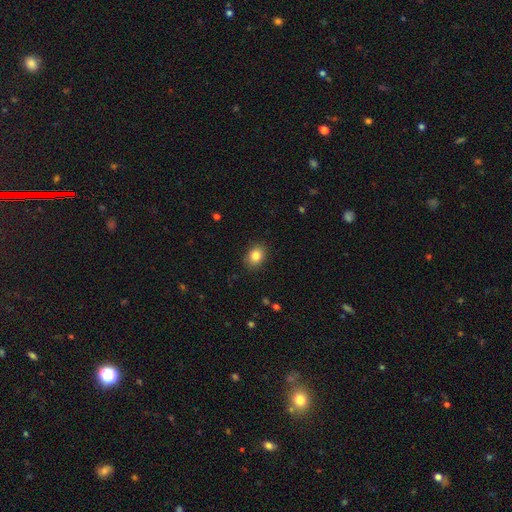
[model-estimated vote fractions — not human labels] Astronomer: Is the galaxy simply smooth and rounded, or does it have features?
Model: smooth — 84%.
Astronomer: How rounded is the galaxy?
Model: in between — 57% (runner-up: round, 42%).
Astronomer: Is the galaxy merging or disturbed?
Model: none — 88%.